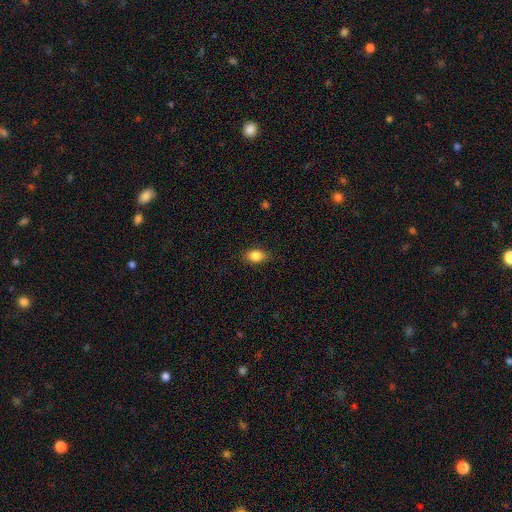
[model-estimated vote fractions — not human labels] This is clearly a smooth galaxy (85%). How rounded: clearly in between (82%). Merging: clearly none (85%).